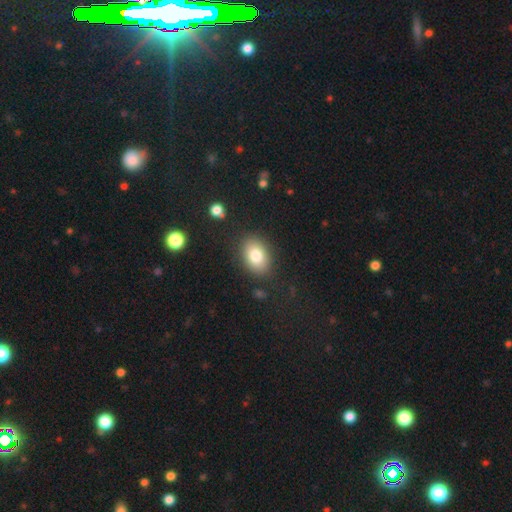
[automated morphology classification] smooth_or_featured: smooth (p=0.81) [alt: featured or disk p=0.10]
how_rounded: in between (p=0.80) [alt: round p=0.19]
merging: none (p=0.85) [alt: minor disturbance p=0.10]